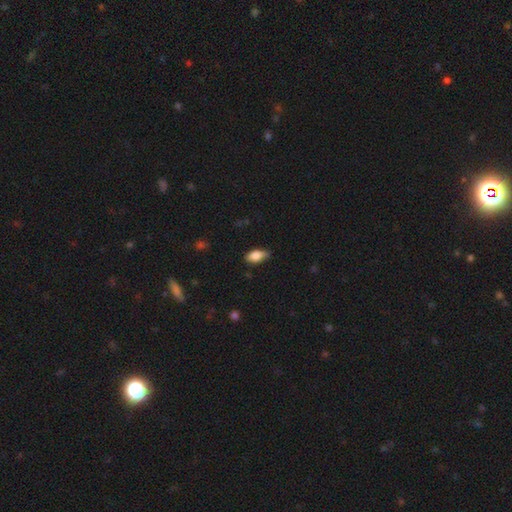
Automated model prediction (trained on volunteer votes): Smooth or featured: smooth — 82% (featured or disk — 11%)
How rounded: in between — 90% (cigar-shaped — 7%)
Merging: none — 69% (minor disturbance — 26%)